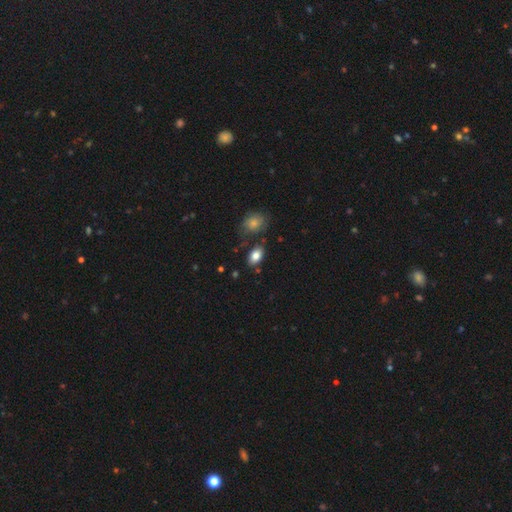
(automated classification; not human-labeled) Smooth or featured? smooth (83%)
How rounded? in between (89%)
Merging? none (76%)